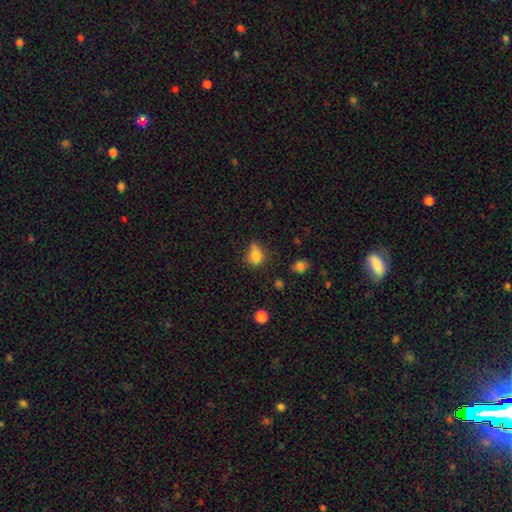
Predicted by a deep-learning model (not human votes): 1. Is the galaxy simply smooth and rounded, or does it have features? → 81% smooth, 11% star or artifact, 8% featured or disk.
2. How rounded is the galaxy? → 63% round, 36% in between, 1% cigar-shaped.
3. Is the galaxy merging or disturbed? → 48% none, 30% minor disturbance, 14% merger, 9% major disturbance.